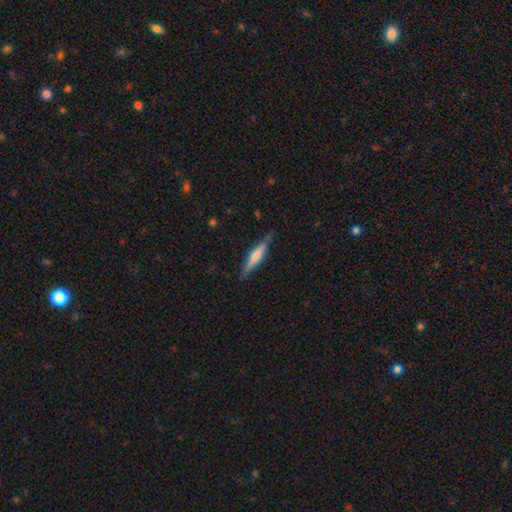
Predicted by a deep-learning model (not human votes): A featured or disk galaxy (48%).

Vote fractions:
- Smooth or featured? featured or disk: 48% / smooth: 46% / star or artifact: 6%
- Merging? none: 84% / minor disturbance: 13% / major disturbance: 2% / merger: 1%